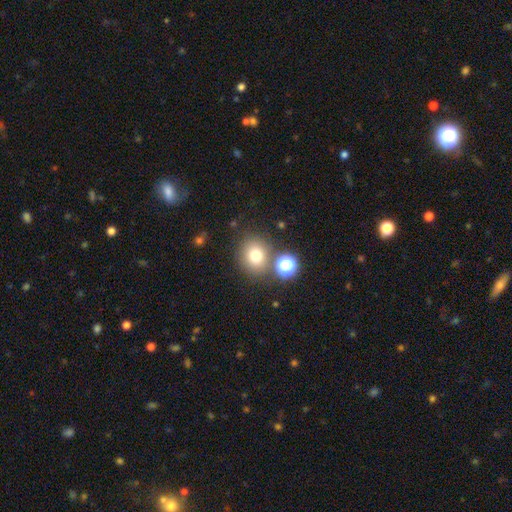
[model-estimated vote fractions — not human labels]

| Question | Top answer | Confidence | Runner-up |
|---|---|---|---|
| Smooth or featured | smooth | 75% | star or artifact (15%) |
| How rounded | round | 83% | in between (16%) |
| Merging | none | 75% | merger (11%) |